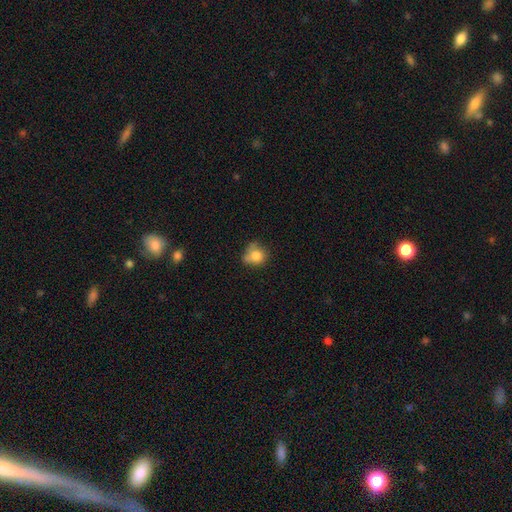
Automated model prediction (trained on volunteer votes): Smooth or featured? Predicted: smooth (p=0.78). How rounded? Predicted: round (p=0.75). Merging? Predicted: none (p=0.47).